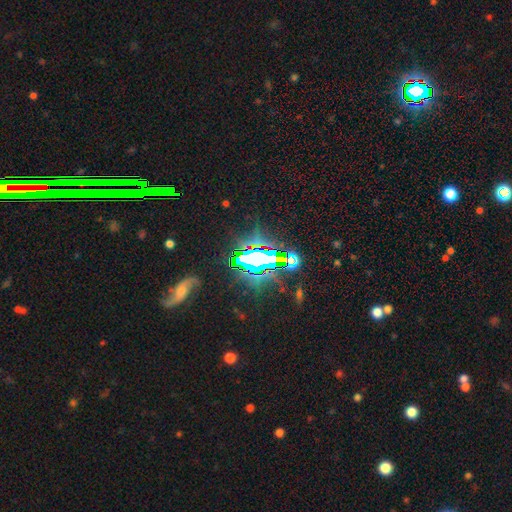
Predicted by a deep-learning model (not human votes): This is likely a star or artifact rather than a galaxy (72%).